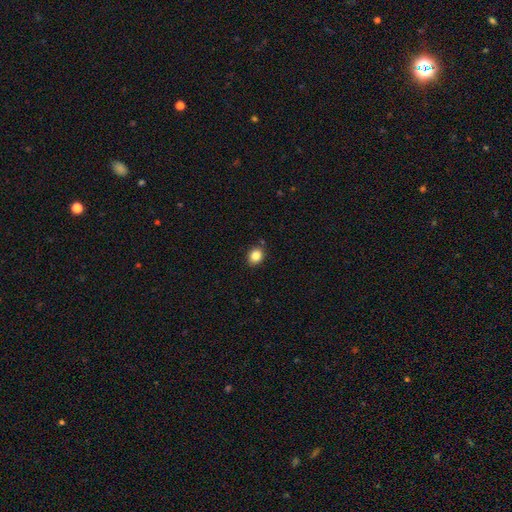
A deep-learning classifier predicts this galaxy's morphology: A smooth galaxy with no disk features (85%) that is round (63%).

Vote fractions:
- Smooth or featured? smooth: 85% / star or artifact: 10% / featured or disk: 4%
- How rounded? round: 63% / in between: 36% / cigar-shaped: 1%
- Merging? none: 87% / minor disturbance: 8% / merger: 2% / major disturbance: 2%